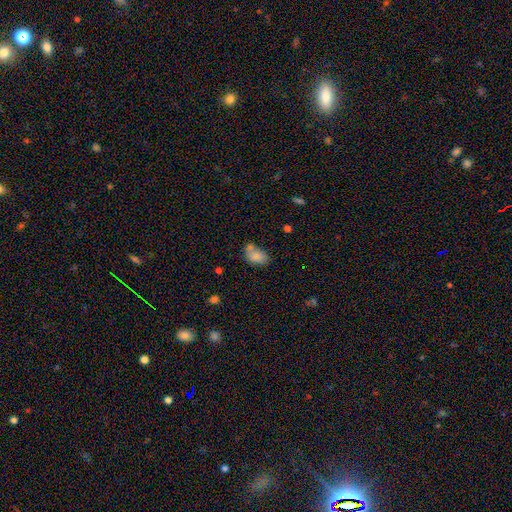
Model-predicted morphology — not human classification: The model was most divided on "merging": none: 43%, merger: 27%, minor disturbance: 22%, major disturbance: 8%. More confident: how rounded — in between (84%); smooth or featured — smooth (80%).